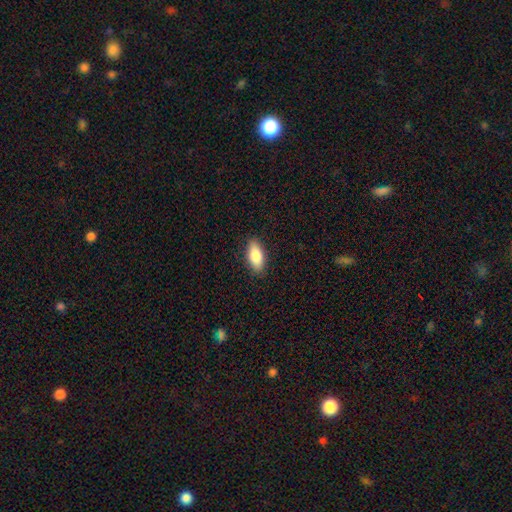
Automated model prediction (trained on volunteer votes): Morphology: type=smooth (83%); roundness=in between (86%); merging=none (87%).